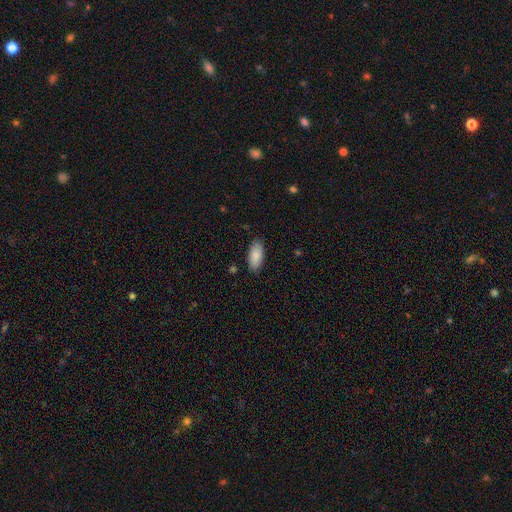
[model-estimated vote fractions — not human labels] Smooth or featured?
  - smooth: 87% *
  - featured or disk: 7%
  - star or artifact: 6%
How rounded?
  - in between: 89% *
  - cigar-shaped: 9%
  - round: 2%
Merging?
  - none: 85% *
  - minor disturbance: 11%
  - major disturbance: 2%
  - merger: 1%